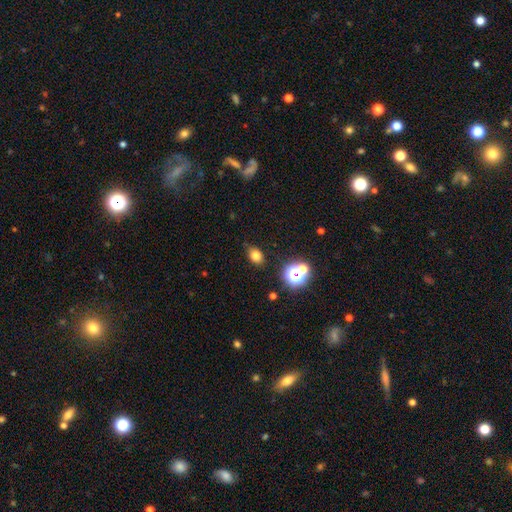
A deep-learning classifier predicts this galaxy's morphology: A smooth galaxy with no disk features (75%) that is in between round and cigar-shaped (66%).

Vote fractions:
- Smooth or featured? smooth: 75% / star or artifact: 17% / featured or disk: 8%
- How rounded? in between: 66% / round: 32% / cigar-shaped: 1%
- Merging? none: 77% / minor disturbance: 16% / major disturbance: 4% / merger: 3%